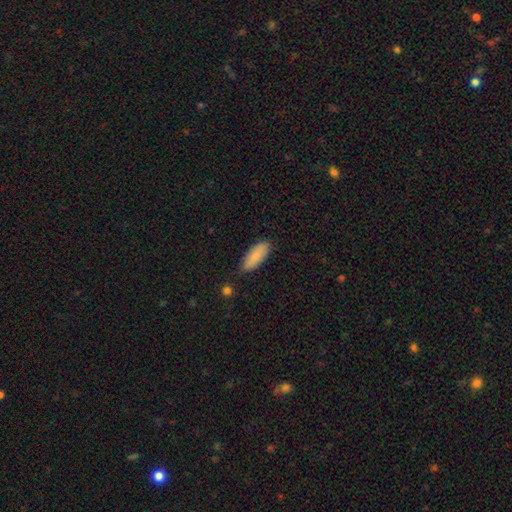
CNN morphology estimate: Q: Smooth or featured?
A: smooth (82%); runner-up: featured or disk (11%)
Q: How rounded?
A: in between (76%); runner-up: cigar-shaped (22%)
Q: Merging?
A: none (78%); runner-up: minor disturbance (18%)